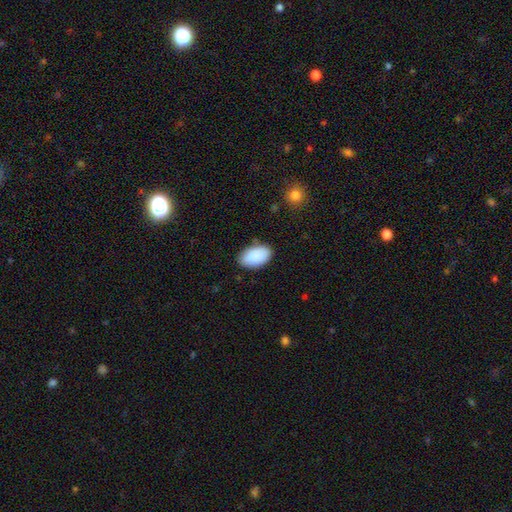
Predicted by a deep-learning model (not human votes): smooth-or-featured: smooth: 90% | star or artifact: 6% | featured or disk: 4%
  how-rounded: in between: 94% | round: 4% | cigar-shaped: 1%
  merging: none: 82% | minor disturbance: 13% | major disturbance: 3% | merger: 1%